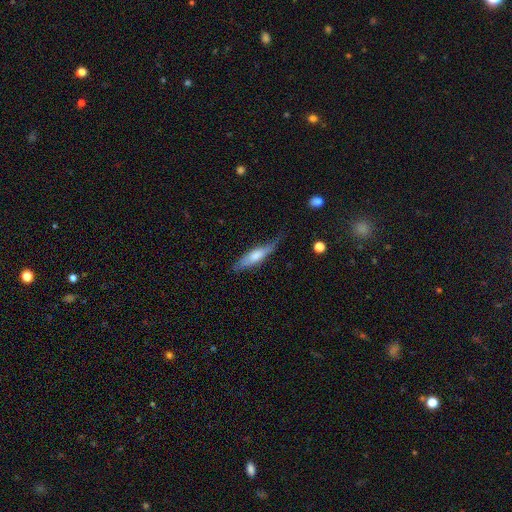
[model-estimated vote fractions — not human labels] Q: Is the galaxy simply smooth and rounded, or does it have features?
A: smooth — 59%.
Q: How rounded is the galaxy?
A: cigar-shaped — 72%.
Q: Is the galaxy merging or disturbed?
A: none — 59%.